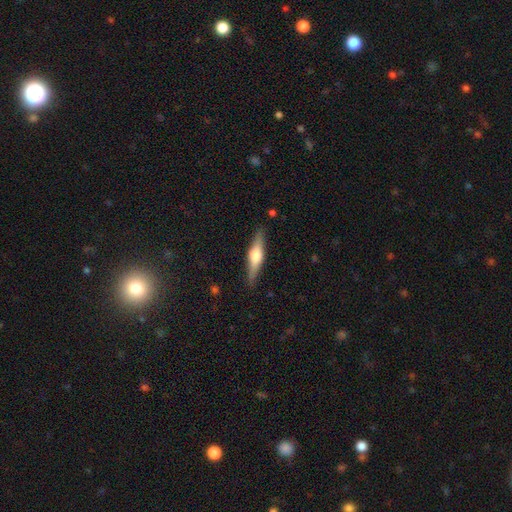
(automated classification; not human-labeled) Q: Smooth or featured?
A: featured or disk (62%); runner-up: smooth (33%)
Q: Edge-on disk?
A: yes (96%); runner-up: no (4%)
Q: Edge-on bulge?
A: rounded (91%); runner-up: boxy (6%)
Q: Merging?
A: none (88%); runner-up: minor disturbance (9%)